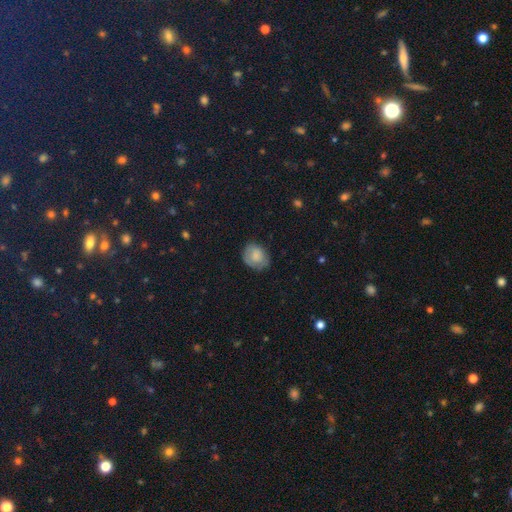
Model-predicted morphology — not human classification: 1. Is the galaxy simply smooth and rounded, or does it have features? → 72% smooth, 19% featured or disk, 8% star or artifact.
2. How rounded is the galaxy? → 51% round, 48% in between, 1% cigar-shaped.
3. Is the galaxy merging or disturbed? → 68% none, 24% minor disturbance, 7% major disturbance, 1% merger.